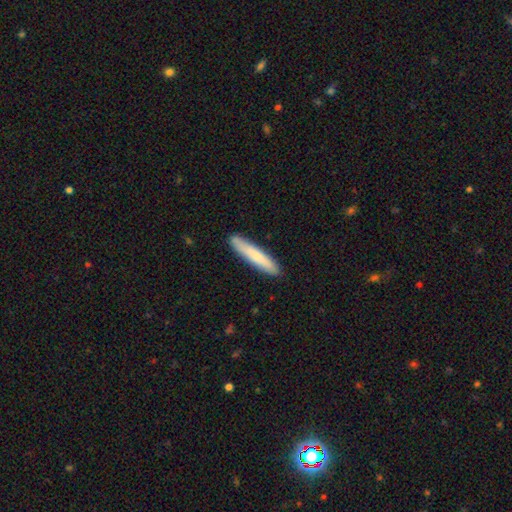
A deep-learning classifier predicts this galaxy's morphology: smooth 76%, featured or disk 19%, star or artifact 5%. Down the decision tree: how rounded — cigar-shaped (92%); merging — none (88%).